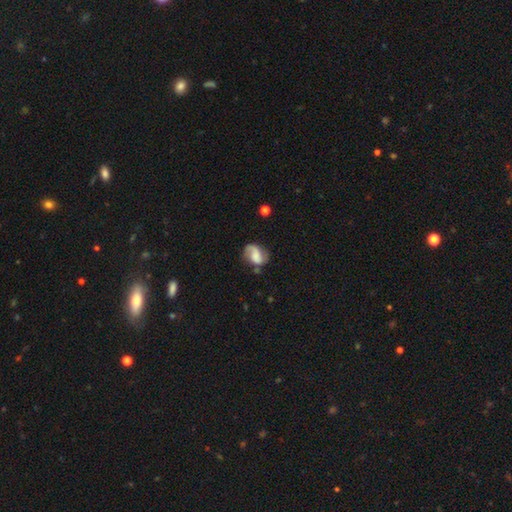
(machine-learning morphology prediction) featured or disk 64%, smooth 28%, star or artifact 8%. Down the decision tree: edge-on disk — no (98%); bar — no (49%); spiral arms — yes (90%); spiral arm count — 2 (61%); spiral winding — loose (46%); bulge size — none (38%); merging — none (52%).